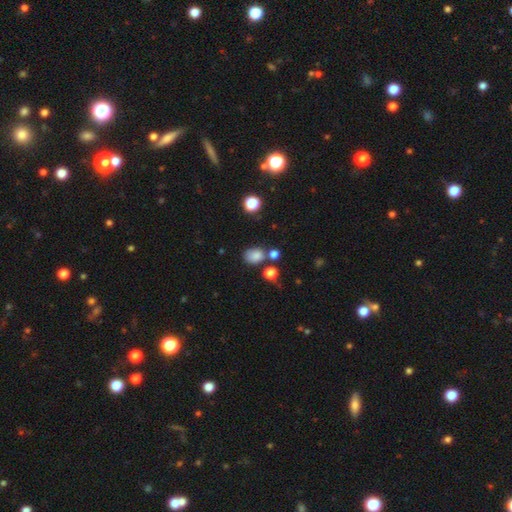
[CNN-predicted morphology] smooth 81%, star or artifact 13%, featured or disk 6%. Down the decision tree: how rounded — in between (58%); merging — none (63%).